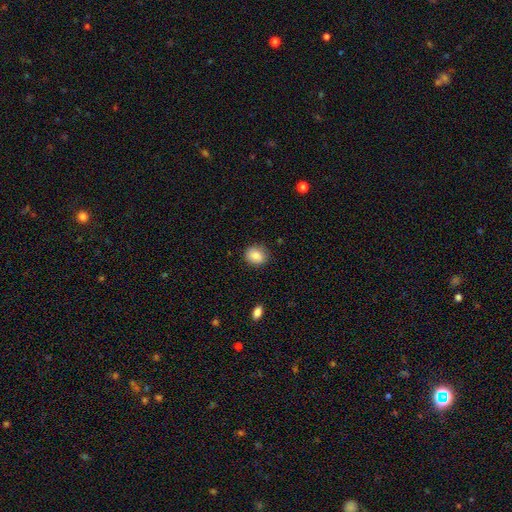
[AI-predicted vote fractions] The model was most divided on "how rounded": round: 66%, in between: 33%, cigar-shaped: 1%. More confident: smooth or featured — smooth (85%); merging — none (83%).